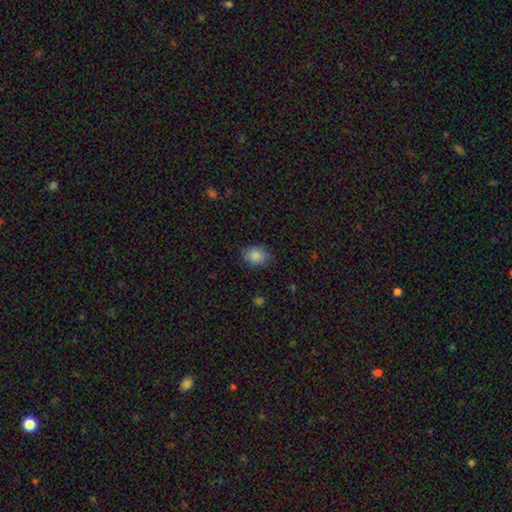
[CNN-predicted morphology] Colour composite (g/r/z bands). It shows a smooth galaxy with no disk features (87%) that is in between round and cigar-shaped (64%). Merging: none (83%).